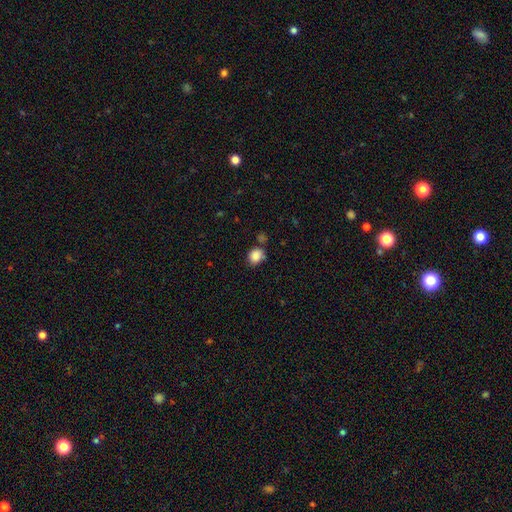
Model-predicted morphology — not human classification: Overall: smooth (86%). How rounded: round (59%; in between 40%). Merging: none (65%).